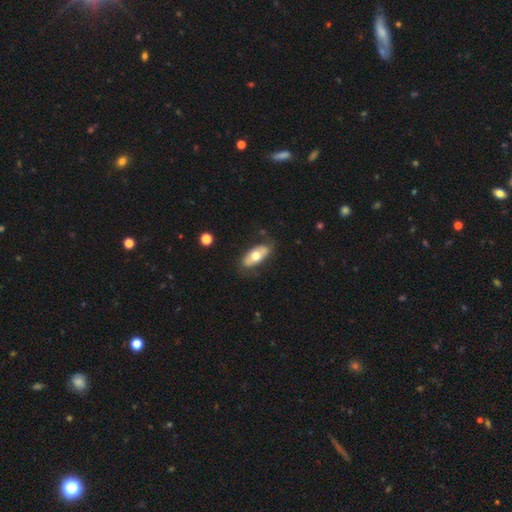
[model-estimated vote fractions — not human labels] smooth 58%, featured or disk 36%, star or artifact 6%. Down the decision tree: how rounded — in between (87%); merging — none (78%).